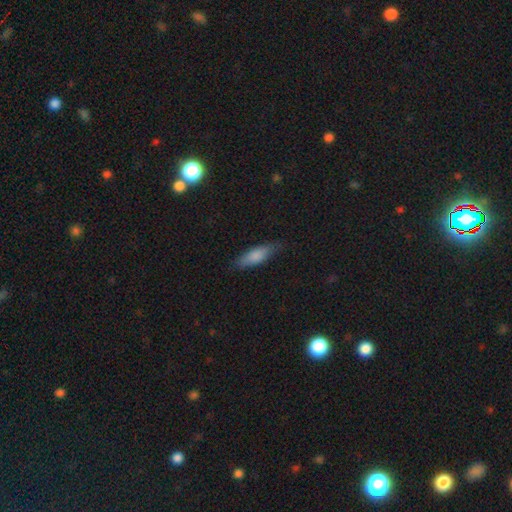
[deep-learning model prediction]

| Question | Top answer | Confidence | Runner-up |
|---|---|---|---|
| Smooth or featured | smooth | 80% | featured or disk (14%) |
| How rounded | in between | 52% | cigar-shaped (46%) |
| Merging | none | 78% | minor disturbance (18%) |